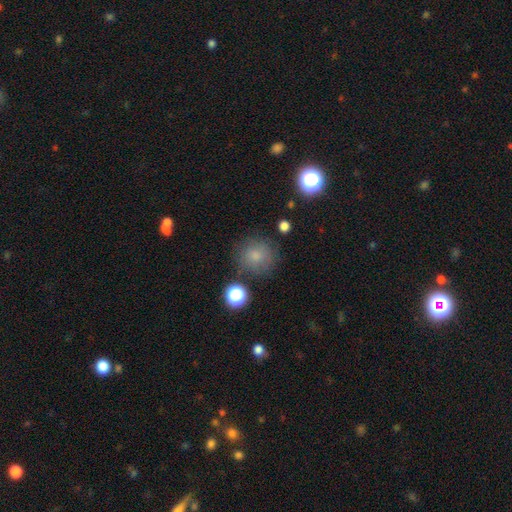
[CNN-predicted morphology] A smooth galaxy with no disk features (78%) that is round (90%). Merging: none (78%).